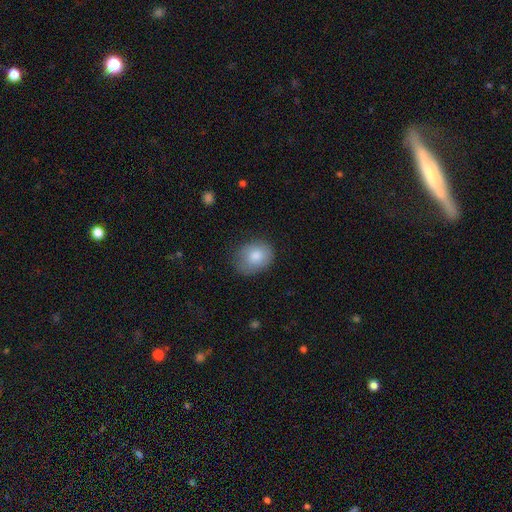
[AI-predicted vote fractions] smooth_or_featured: smooth (p=0.82) [alt: featured or disk p=0.11]
how_rounded: round (p=0.53) [alt: in between p=0.46]
merging: none (p=0.70) [alt: minor disturbance p=0.23]